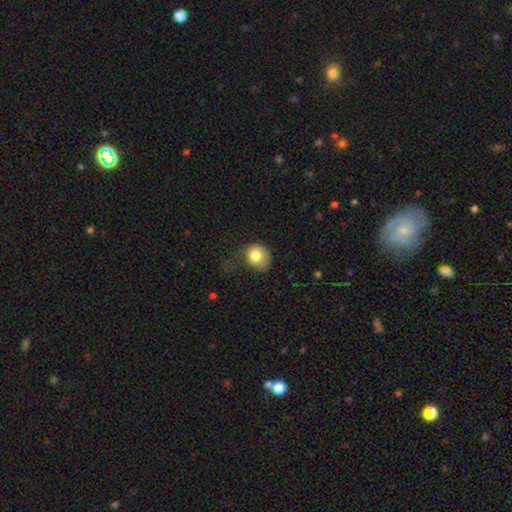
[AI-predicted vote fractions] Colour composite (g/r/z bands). It shows a smooth galaxy with no disk features (81%) that is round (65%). Merging: none (38%).